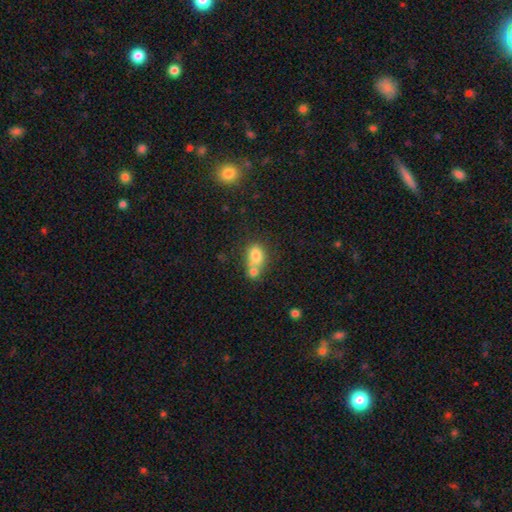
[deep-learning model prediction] This is likely a smooth galaxy (77%). How rounded: likely in between (69%). Merging: possibly merger (55%).